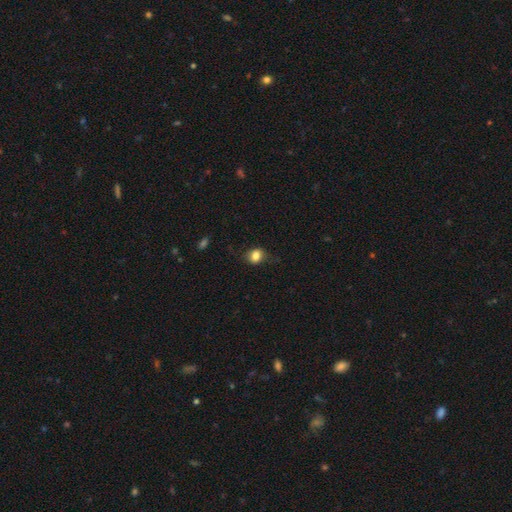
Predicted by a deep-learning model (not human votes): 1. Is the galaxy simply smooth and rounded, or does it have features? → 82% smooth, 10% star or artifact, 9% featured or disk.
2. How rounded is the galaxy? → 53% round, 45% in between, 1% cigar-shaped.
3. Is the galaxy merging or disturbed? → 67% none, 24% minor disturbance, 8% major disturbance, 1% merger.